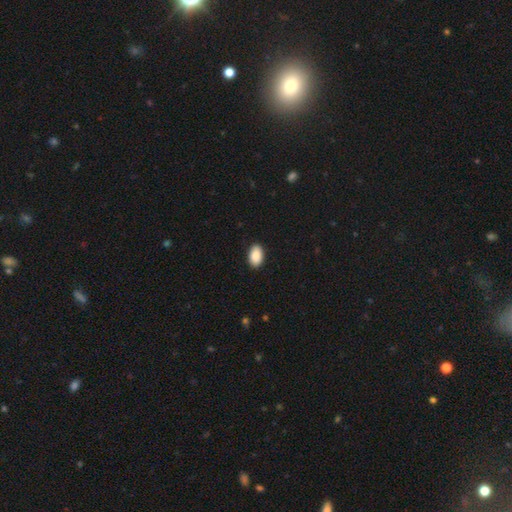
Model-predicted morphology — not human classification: smooth_or_featured: smooth (p=0.89) [alt: star or artifact p=0.07]
how_rounded: in between (p=0.93) [alt: round p=0.06]
merging: none (p=0.90) [alt: minor disturbance p=0.07]